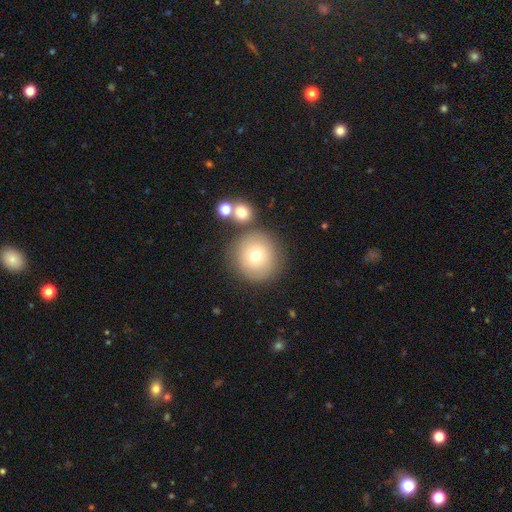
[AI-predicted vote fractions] Smooth or featured: smooth — 73% (featured or disk — 15%)
How rounded: round — 94% (in between — 5%)
Merging: none — 75% (merger — 11%)